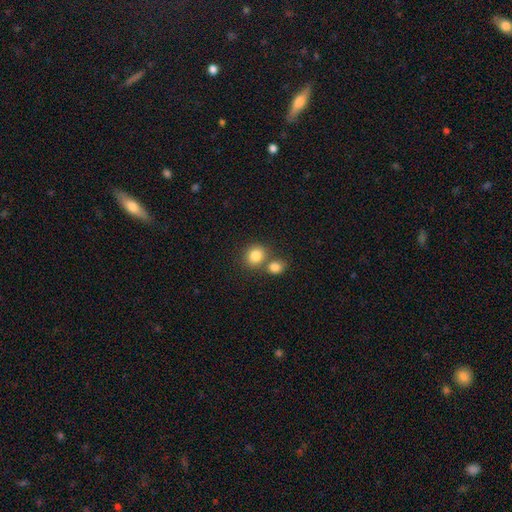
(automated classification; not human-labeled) smooth 83%, star or artifact 10%, featured or disk 7%. Down the decision tree: how rounded — round (77%); merging — none (56%).